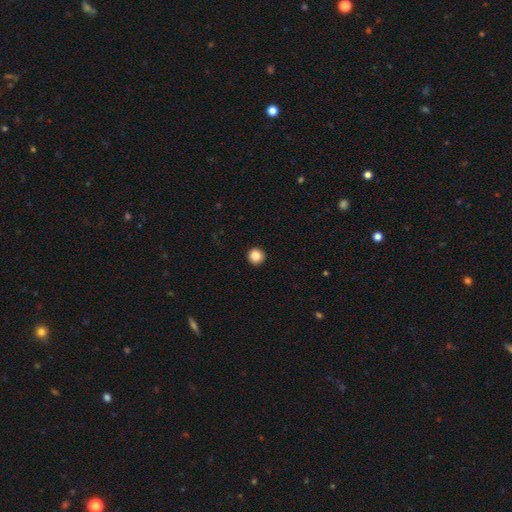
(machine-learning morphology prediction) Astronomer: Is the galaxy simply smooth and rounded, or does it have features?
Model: smooth — 87%.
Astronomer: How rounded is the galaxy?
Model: round — 95%.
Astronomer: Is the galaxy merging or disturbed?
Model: none — 93%.